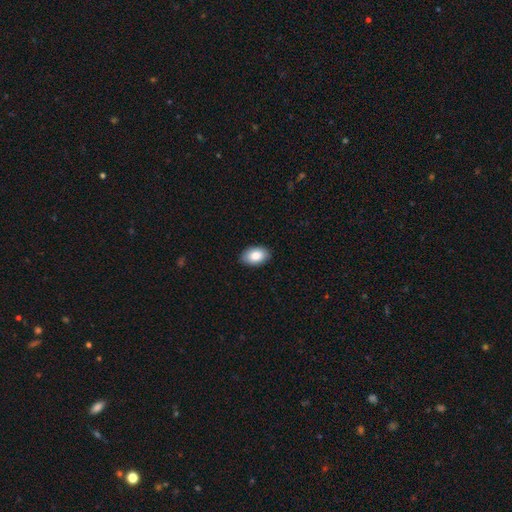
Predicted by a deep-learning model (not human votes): Morphology: type=smooth (86%); roundness=in between (91%); merging=none (88%).